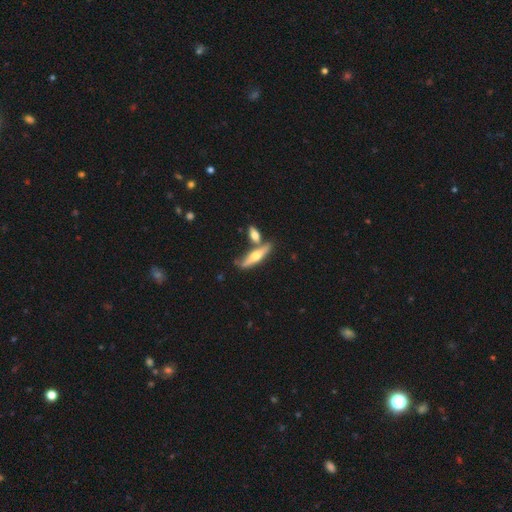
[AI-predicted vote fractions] smooth-or-featured: featured or disk: 57% | smooth: 37% | star or artifact: 6%
  disk-edge-on: yes: 90% | no: 10%
    edge-on-bulge: rounded: 92% | none: 4% | boxy: 4%
  merging: none: 60% | merger: 25% | minor disturbance: 12% | major disturbance: 4%